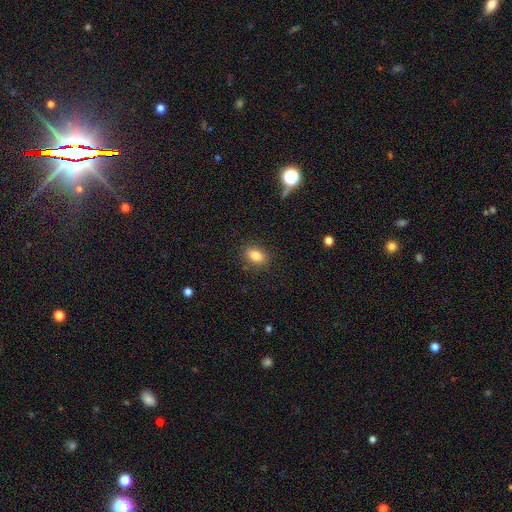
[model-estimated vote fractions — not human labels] Smooth or featured?
  - smooth: 84% *
  - star or artifact: 10%
  - featured or disk: 6%
How rounded?
  - in between: 77% *
  - round: 21%
  - cigar-shaped: 2%
Merging?
  - none: 87% *
  - minor disturbance: 9%
  - major disturbance: 3%
  - merger: 1%